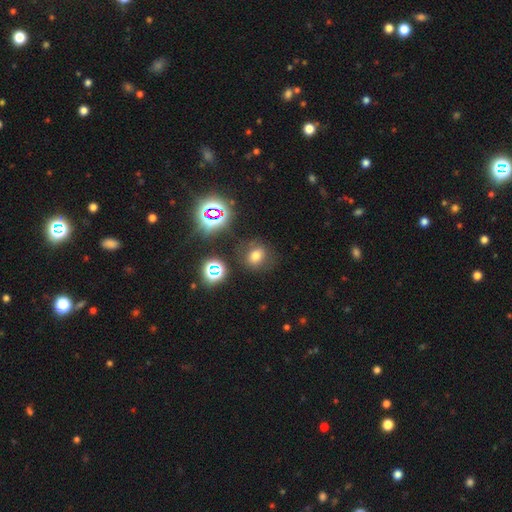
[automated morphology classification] smooth_or_featured: smooth (p=0.64) [alt: star or artifact p=0.24]
how_rounded: round (p=0.62) [alt: in between p=0.37]
merging: none (p=0.78) [alt: minor disturbance p=0.12]